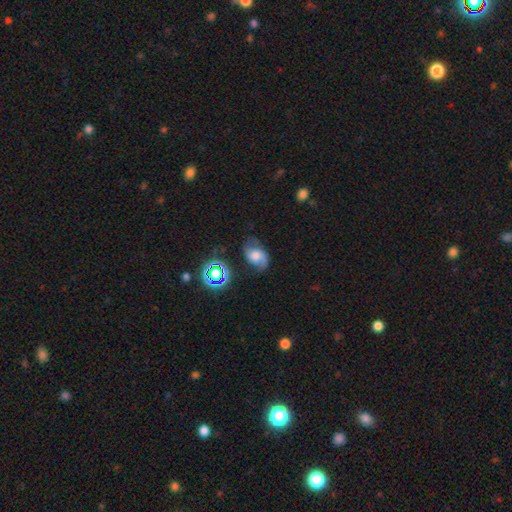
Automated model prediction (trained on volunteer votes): featured or disk 51%, smooth 35%, star or artifact 14%. Down the decision tree: edge-on disk — no (96%); merging — none (58%).